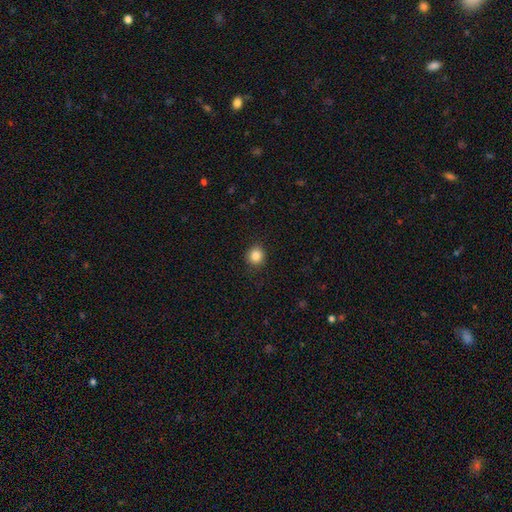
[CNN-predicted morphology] Smooth or featured? Predicted: smooth (p=0.86). How rounded? Predicted: round (p=0.89). Merging? Predicted: none (p=0.90).